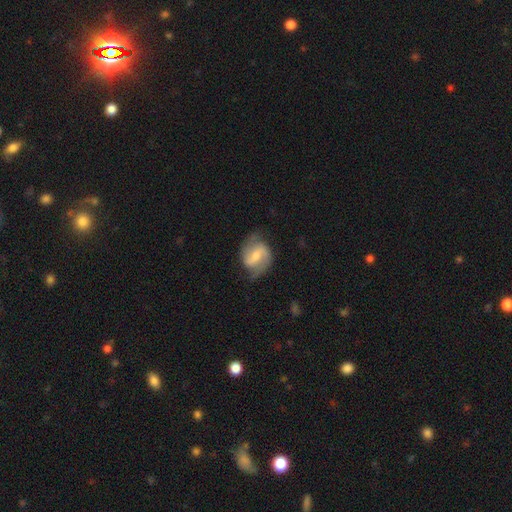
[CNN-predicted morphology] Smooth or featured: featured or disk — 79% (smooth — 16%)
Edge-on disk: no — 98% (yes — 2%)
Bar: weak — 51% (strong — 32%)
Spiral arms: yes — 94% (no — 6%)
Spiral winding: medium — 50% (loose — 29%)
Spiral arm count: 2 — 90% (can't tell — 4%)
Bulge size: moderate — 50% (small — 38%)
Merging: none — 72% (minor disturbance — 19%)